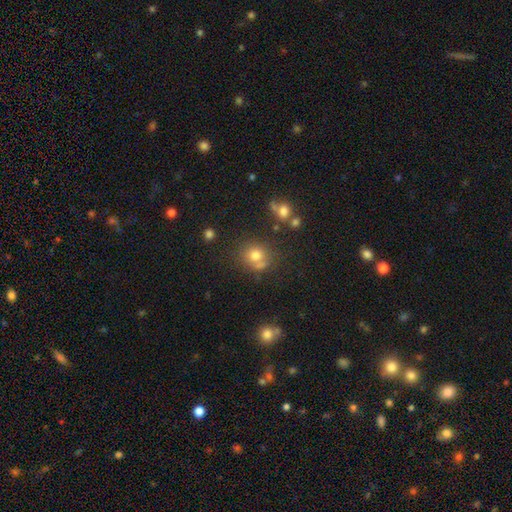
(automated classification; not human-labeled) A smooth galaxy with no disk features (73%) that is round (82%).

Vote fractions:
- Smooth or featured? smooth: 73% / star or artifact: 17% / featured or disk: 10%
- How rounded? round: 82% / in between: 18% / cigar-shaped: 1%
- Merging? none: 63% / merger: 18% / minor disturbance: 14% / major disturbance: 6%